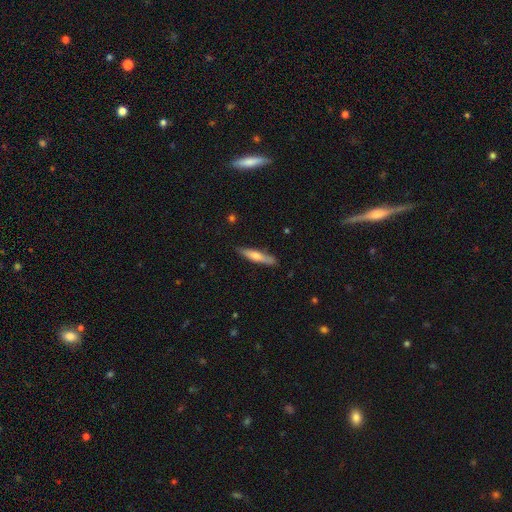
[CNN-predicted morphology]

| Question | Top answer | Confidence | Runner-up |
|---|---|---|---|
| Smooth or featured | smooth | 61% | featured or disk (33%) |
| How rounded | cigar-shaped | 86% | in between (12%) |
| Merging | none | 83% | minor disturbance (13%) |